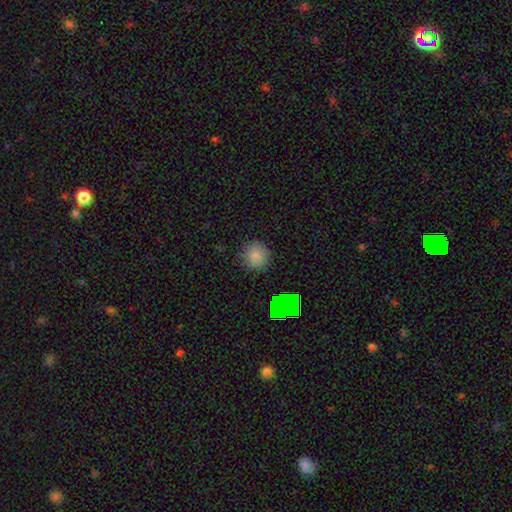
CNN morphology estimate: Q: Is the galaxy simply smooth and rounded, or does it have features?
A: smooth — 78%.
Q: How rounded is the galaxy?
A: round — 93%.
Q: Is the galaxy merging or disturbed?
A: none — 87%.